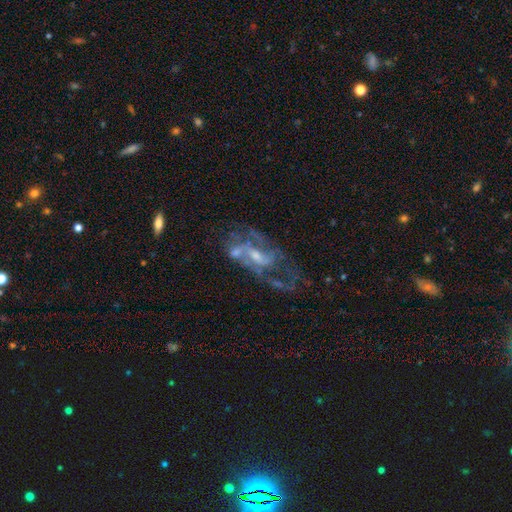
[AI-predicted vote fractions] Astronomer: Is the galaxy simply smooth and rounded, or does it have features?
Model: featured or disk — 79%.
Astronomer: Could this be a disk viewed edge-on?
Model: no — 93%.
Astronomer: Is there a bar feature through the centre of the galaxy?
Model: weak — 46% (runner-up: no, 38%).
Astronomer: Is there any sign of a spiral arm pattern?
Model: yes — 78%.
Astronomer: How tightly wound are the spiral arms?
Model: medium — 45% (runner-up: loose, 34%).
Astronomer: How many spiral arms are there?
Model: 2 — 48% (runner-up: can't tell, 29%).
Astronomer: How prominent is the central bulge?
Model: small — 48% (runner-up: moderate, 38%).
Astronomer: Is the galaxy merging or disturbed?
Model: none — 41% (runner-up: major disturbance, 28%).